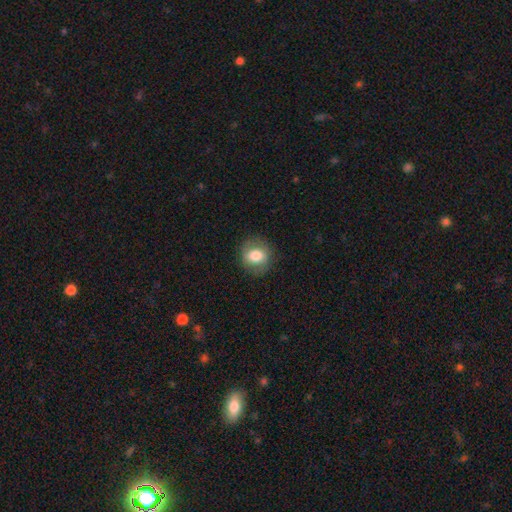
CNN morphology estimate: smooth 72%, featured or disk 19%, star or artifact 9%. Down the decision tree: how rounded — round (74%); merging — none (83%).